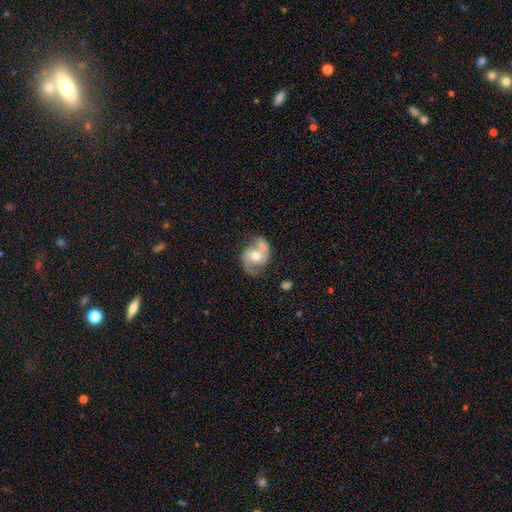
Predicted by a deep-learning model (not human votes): smooth_or_featured: featured or disk (p=0.64) [alt: smooth p=0.30]
disk_edge_on: no (p=0.97) [alt: yes p=0.03]
bar: no (p=0.65) [alt: weak p=0.29]
has_spiral_arms: yes (p=0.80) [alt: no p=0.20]
bulge_size: moderate (p=0.71) [alt: small p=0.17]
merging: merger (p=0.40) [alt: none p=0.35]